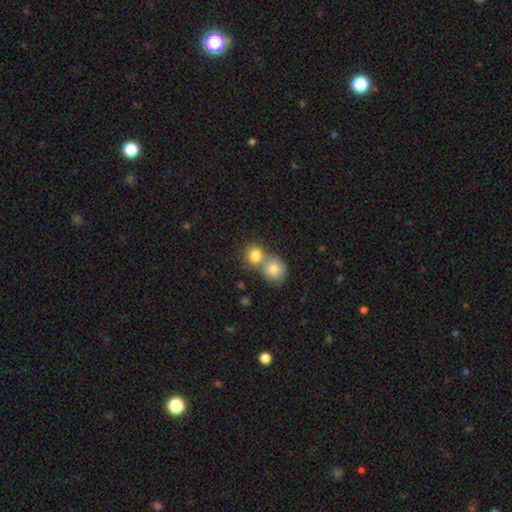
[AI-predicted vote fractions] smooth-or-featured: smooth: 81% | star or artifact: 10% | featured or disk: 9%
  how-rounded: round: 81% | in between: 18% | cigar-shaped: 1%
  merging: merger: 58% | none: 34% | minor disturbance: 6% | major disturbance: 2%